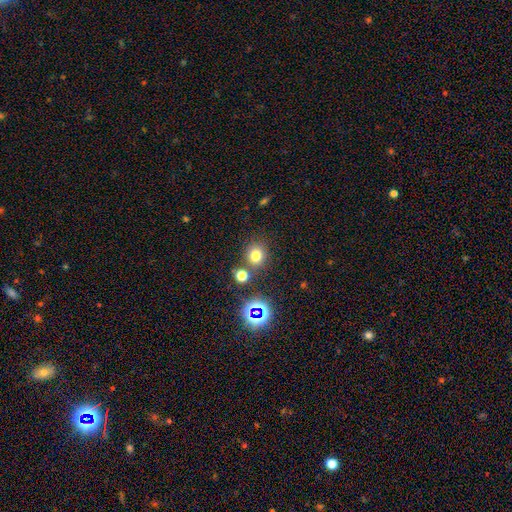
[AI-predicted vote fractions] A smooth galaxy with no disk features (71%) that is round (82%). Merging: none (75%).